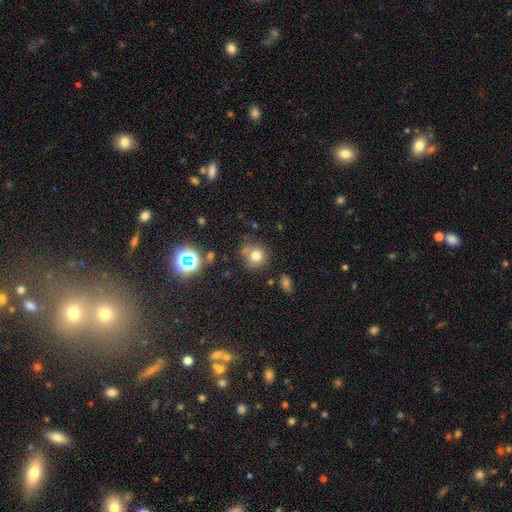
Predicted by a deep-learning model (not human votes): Overall: smooth (73%). How rounded: round (88%). Merging: none (70%).